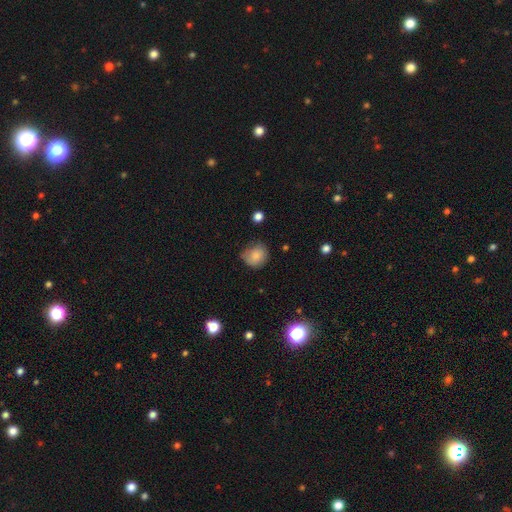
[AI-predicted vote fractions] This is clearly a smooth galaxy (82%). How rounded: likely round (78%). Merging: likely none (63%).